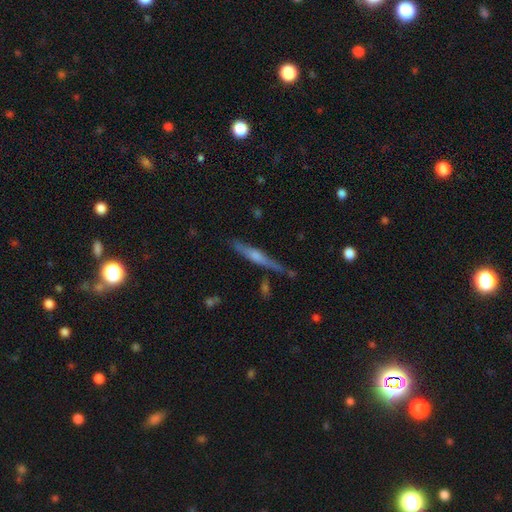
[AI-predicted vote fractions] Q: Smooth or featured?
A: featured or disk (66%); runner-up: smooth (27%)
Q: Edge-on disk?
A: yes (96%); runner-up: no (4%)
Q: Edge-on bulge?
A: rounded (68%); runner-up: boxy (16%)
Q: Merging?
A: none (79%); runner-up: minor disturbance (14%)